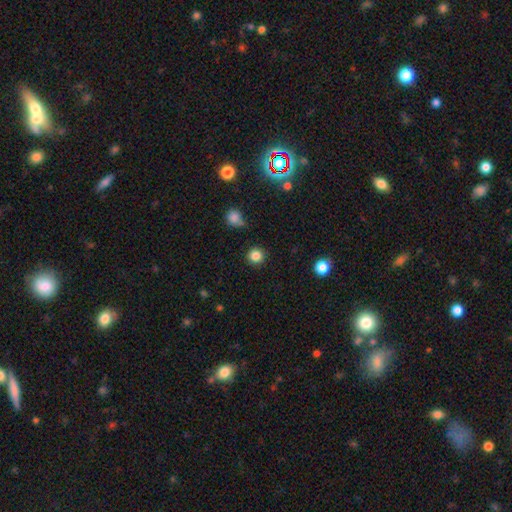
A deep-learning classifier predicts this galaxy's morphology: The model was most divided on "smooth or featured": smooth: 84%, star or artifact: 12%, featured or disk: 4%. More confident: how rounded — round (94%); merging — none (88%).